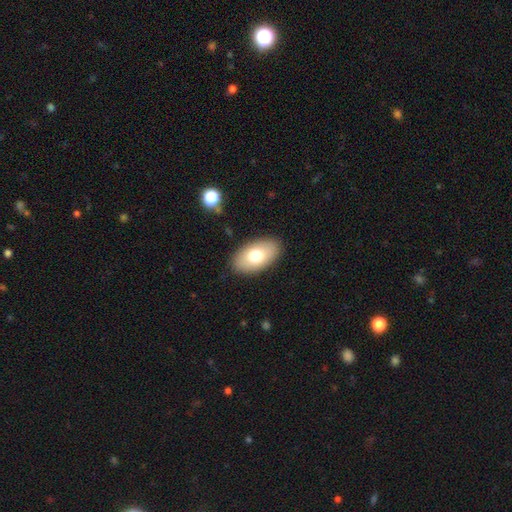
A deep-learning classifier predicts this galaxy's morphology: Smooth or featured?
  - smooth: 72% *
  - featured or disk: 21%
  - star or artifact: 8%
How rounded?
  - in between: 93% *
  - round: 5%
  - cigar-shaped: 1%
Merging?
  - none: 88% *
  - minor disturbance: 9%
  - major disturbance: 3%
  - merger: 1%